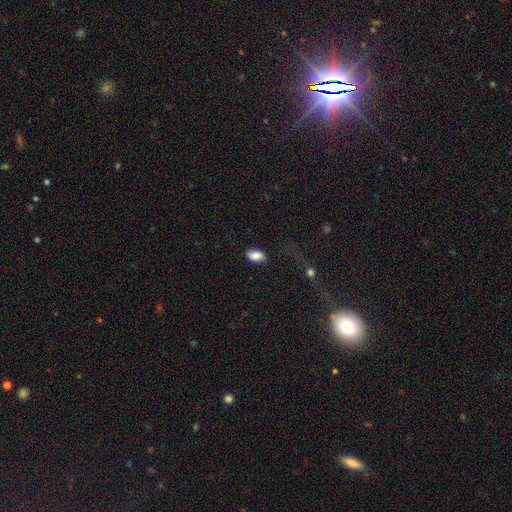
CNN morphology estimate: smooth-or-featured: smooth: 85% | star or artifact: 8% | featured or disk: 7%
  how-rounded: in between: 90% | round: 8% | cigar-shaped: 2%
  merging: none: 78% | minor disturbance: 15% | major disturbance: 5% | merger: 2%